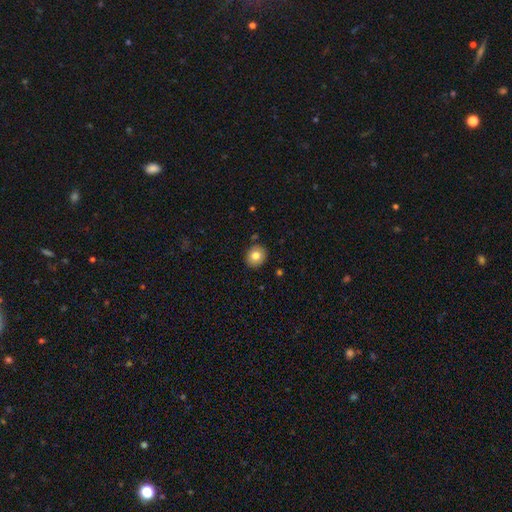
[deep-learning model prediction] Smooth or featured: smooth — 80% (featured or disk — 11%)
How rounded: round — 73% (in between — 26%)
Merging: none — 88% (minor disturbance — 8%)